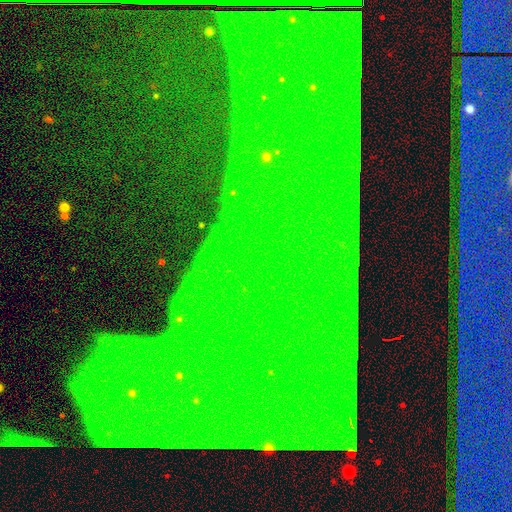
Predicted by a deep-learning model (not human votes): Smooth or featured: star or artifact — 87% (featured or disk — 7%)